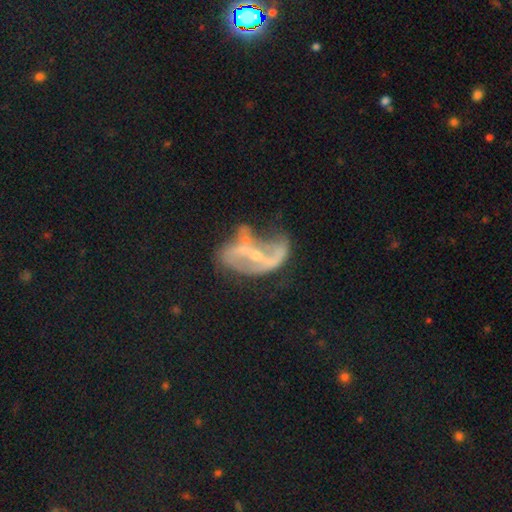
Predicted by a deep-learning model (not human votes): featured or disk 76%, smooth 13%, star or artifact 10%. Down the decision tree: edge-on disk — no (92%); bar — strong (39%); spiral arms — yes (68%); bulge size — small (69%); merging — major disturbance (40%).